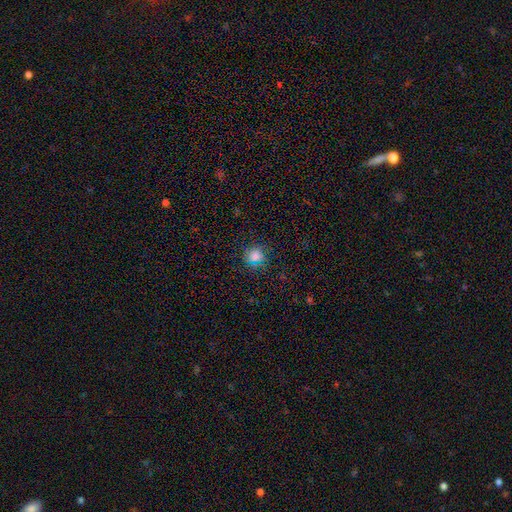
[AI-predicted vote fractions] A smooth galaxy with no disk features (76%) that is round (90%).

Vote fractions:
- Smooth or featured? smooth: 76% / star or artifact: 18% / featured or disk: 6%
- How rounded? round: 90% / in between: 9% / cigar-shaped: 1%
- Merging? none: 85% / minor disturbance: 10% / major disturbance: 3% / merger: 2%